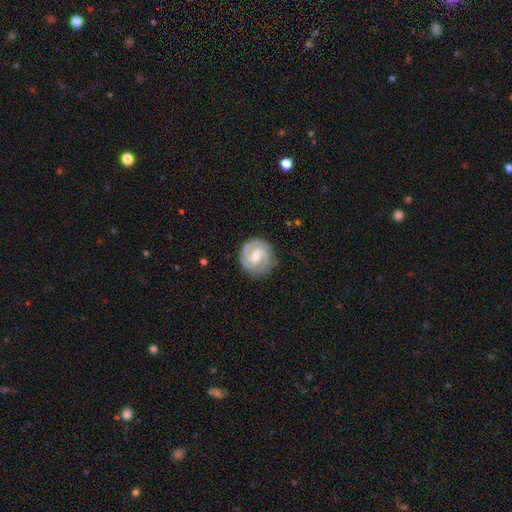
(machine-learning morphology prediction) Q: Smooth or featured?
A: featured or disk (79%); runner-up: smooth (16%)
Q: Edge-on disk?
A: no (98%); runner-up: yes (2%)
Q: Bar?
A: weak (56%); runner-up: no (31%)
Q: Spiral arms?
A: yes (95%); runner-up: no (5%)
Q: Spiral winding?
A: tight (53%); runner-up: medium (39%)
Q: Spiral arm count?
A: 2 (81%); runner-up: can't tell (7%)
Q: Bulge size?
A: moderate (54%); runner-up: small (37%)
Q: Merging?
A: none (82%); runner-up: minor disturbance (13%)